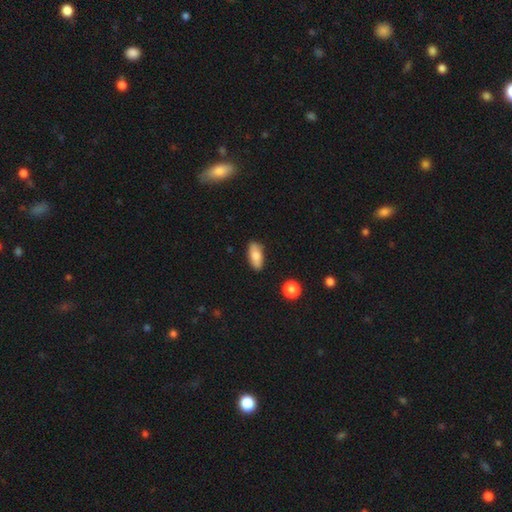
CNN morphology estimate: smooth-or-featured: smooth: 81% | featured or disk: 12% | star or artifact: 7%
  how-rounded: in between: 85% | cigar-shaped: 12% | round: 3%
  merging: none: 85% | minor disturbance: 12% | major disturbance: 2% | merger: 2%